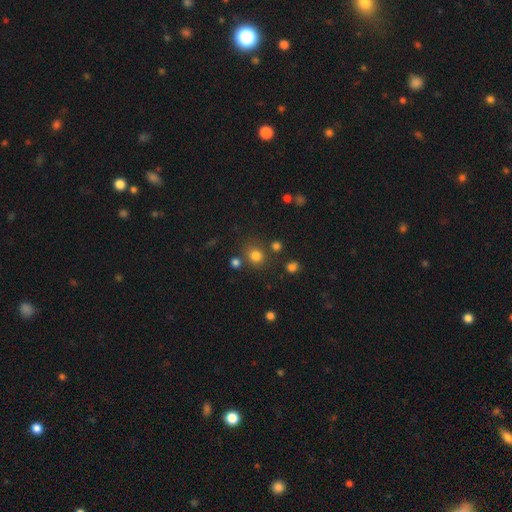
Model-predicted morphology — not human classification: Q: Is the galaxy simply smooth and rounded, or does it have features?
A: smooth — 79%.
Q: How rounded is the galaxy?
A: round — 83%.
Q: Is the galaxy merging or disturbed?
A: none — 77%.